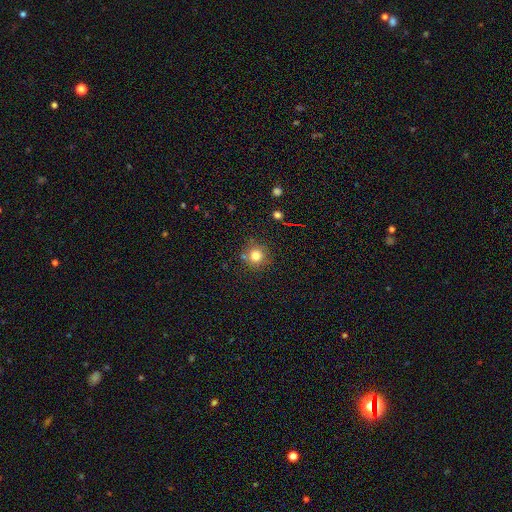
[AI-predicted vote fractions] The model was most divided on "smooth or featured": smooth: 79%, star or artifact: 13%, featured or disk: 8%. More confident: how rounded — round (93%); merging — none (80%).